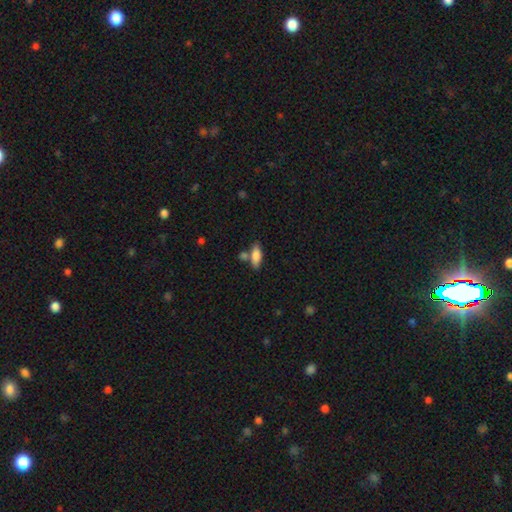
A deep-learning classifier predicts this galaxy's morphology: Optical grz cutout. It shows a smooth galaxy with no disk features (83%) that is in between round and cigar-shaped (74%). Merging: none (64%).